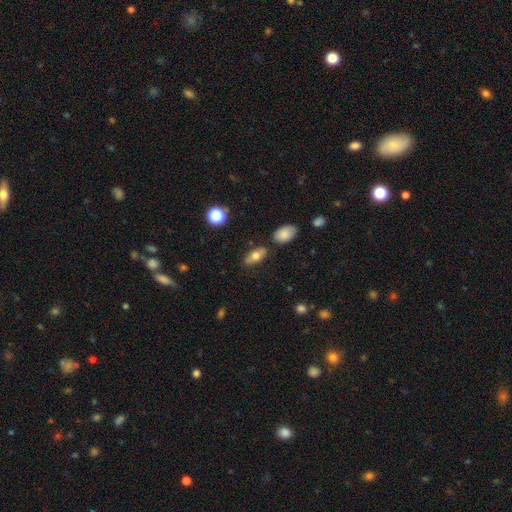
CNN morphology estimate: Overall: smooth (67%). How rounded: in between (85%). Merging: none (78%).